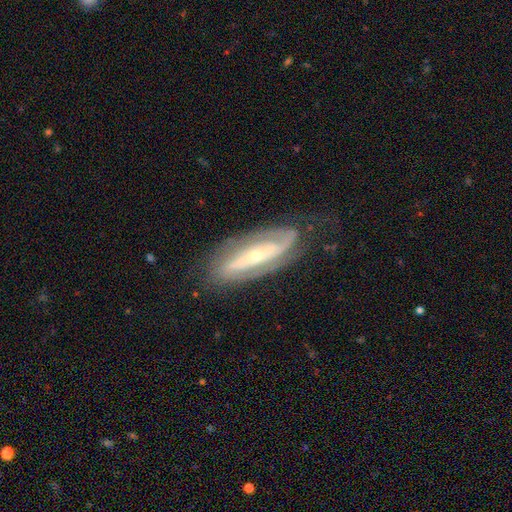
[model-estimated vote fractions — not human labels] Smooth or featured? Predicted: featured or disk (p=0.84). Edge-on disk? Predicted: no (p=0.84). Bar? Predicted: strong (p=0.46). Spiral arms? Predicted: yes (p=0.90). Spiral winding? Predicted: tight (p=0.45). Spiral arm count? Predicted: 2 (p=0.71). Bulge size? Predicted: small (p=0.67). Merging? Predicted: none (p=0.72).